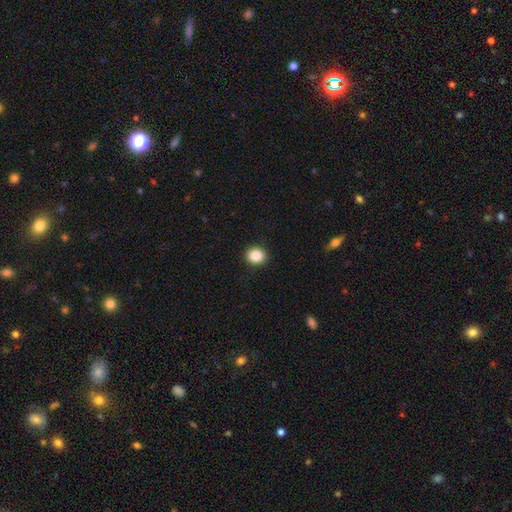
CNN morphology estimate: The model was most divided on "how rounded": round: 76%, in between: 23%, cigar-shaped: 1%. More confident: merging — none (91%); smooth or featured — smooth (87%).